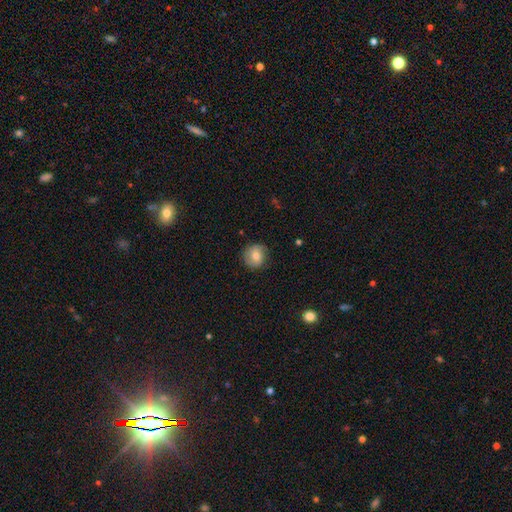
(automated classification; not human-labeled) smooth_or_featured: smooth (p=0.69) [alt: featured or disk p=0.22]
how_rounded: round (p=0.88) [alt: in between p=0.11]
merging: none (p=0.80) [alt: minor disturbance p=0.16]